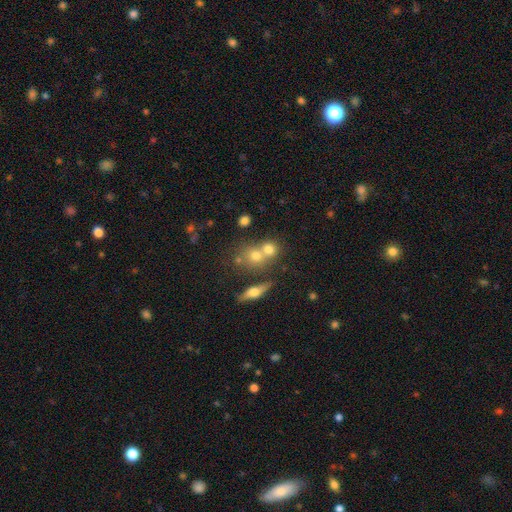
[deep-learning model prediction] This appears to be a smooth galaxy with no disk features (68%) that is round (73%). Merging: merger (47%).